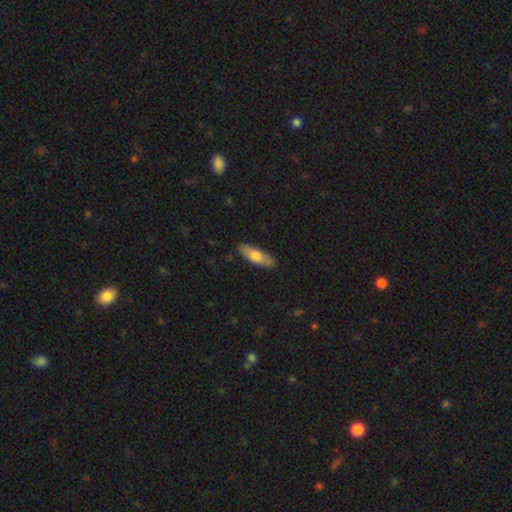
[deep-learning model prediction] smooth_or_featured: smooth (p=0.68) [alt: featured or disk p=0.27]
how_rounded: in between (p=0.54) [alt: cigar-shaped p=0.43]
merging: none (p=0.88) [alt: minor disturbance p=0.09]